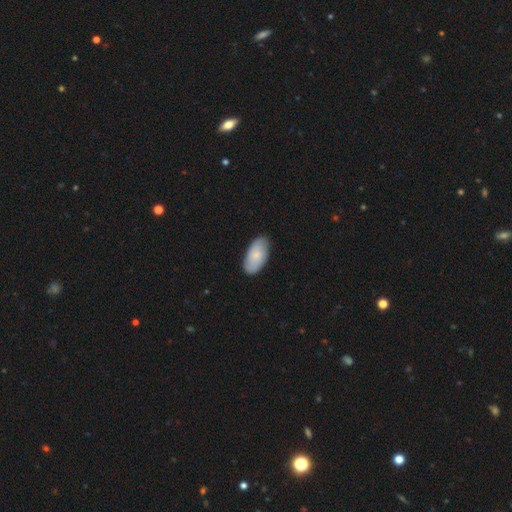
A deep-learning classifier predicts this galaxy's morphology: Smooth or featured? Predicted: smooth (p=0.76). How rounded? Predicted: in between (p=0.95). Merging? Predicted: none (p=0.84).